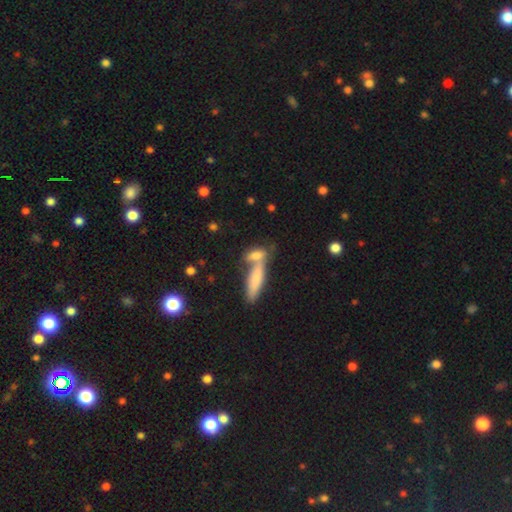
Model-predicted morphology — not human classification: Smooth or featured?
  - smooth: 70% *
  - featured or disk: 21%
  - star or artifact: 9%
How rounded?
  - in between: 50% *
  - cigar-shaped: 45%
  - round: 5%
Merging?
  - merger: 46% *
  - none: 39%
  - minor disturbance: 10%
  - major disturbance: 4%